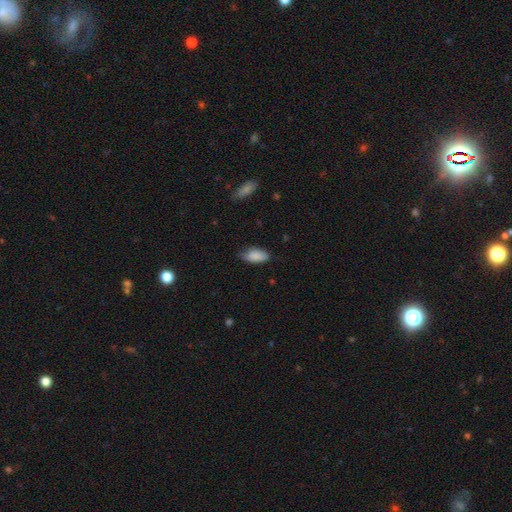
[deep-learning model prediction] Morphology: type=smooth (87%); roundness=in between (91%); merging=none (68%).